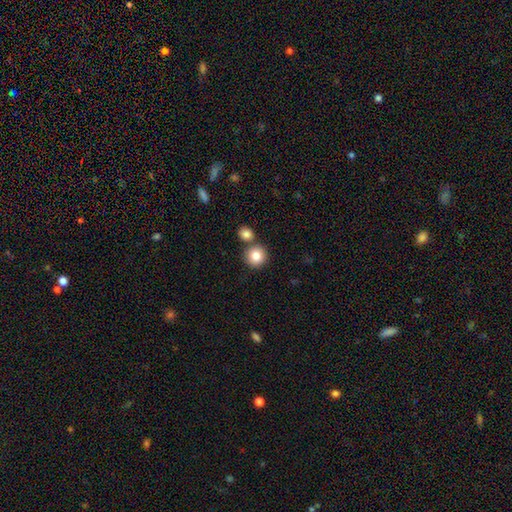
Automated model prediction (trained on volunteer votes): Smooth or featured? smooth (84%)
How rounded? round (92%)
Merging? none (72%)